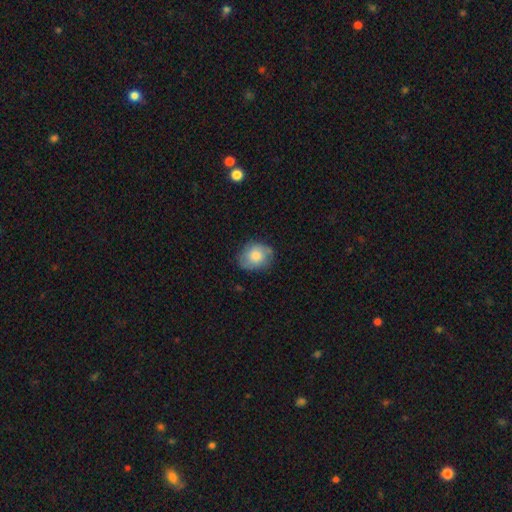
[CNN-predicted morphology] Smooth or featured? Predicted: smooth (p=0.69). How rounded? Predicted: round (p=0.61). Merging? Predicted: none (p=0.70).